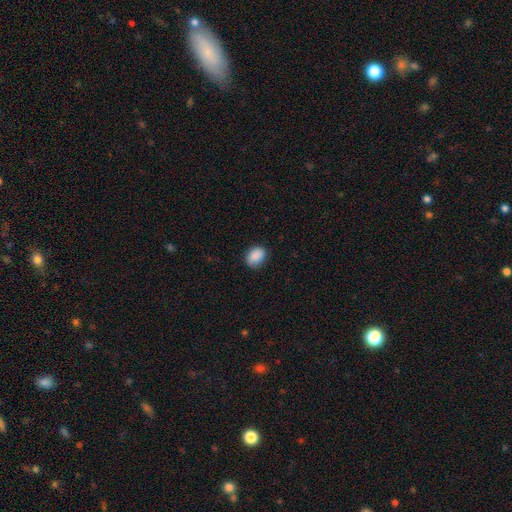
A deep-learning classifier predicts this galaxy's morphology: This appears to be a smooth galaxy with no disk features (89%) that is in between round and cigar-shaped (61%). Merging: none (81%).